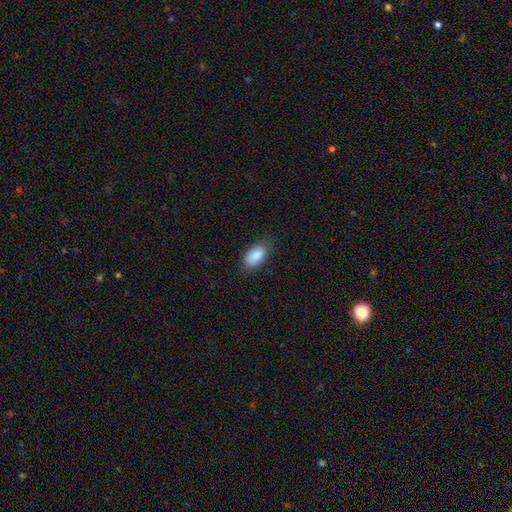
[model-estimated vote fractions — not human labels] Overall: smooth (89%). How rounded: in between (93%). Merging: none (80%).